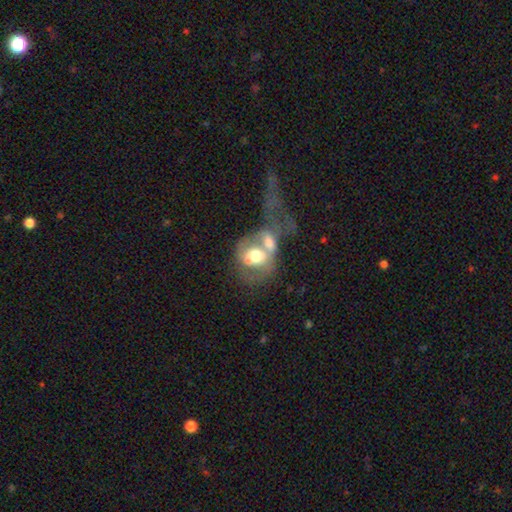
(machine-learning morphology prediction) Smooth or featured? featured or disk (51%)
Edge-on disk? no (95%)
Merging? merger (64%)